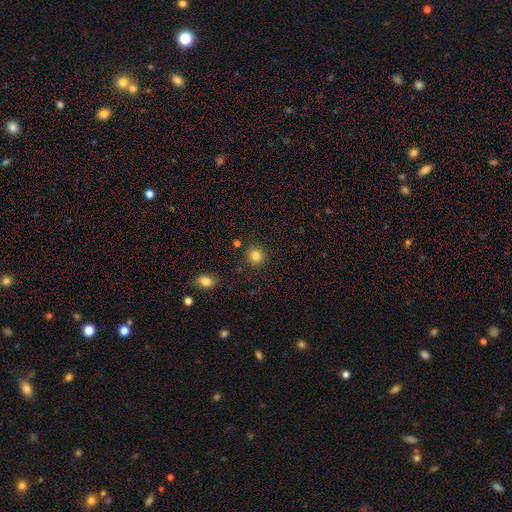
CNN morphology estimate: Overall: smooth (83%). How rounded: round (91%). Merging: none (88%).